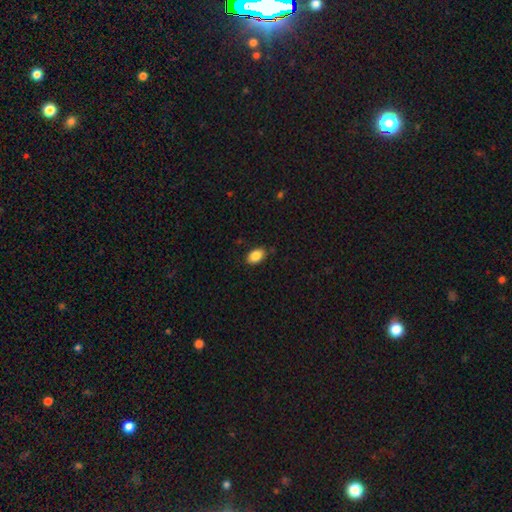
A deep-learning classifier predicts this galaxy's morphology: Smooth or featured? smooth (86%)
How rounded? in between (89%)
Merging? none (83%)